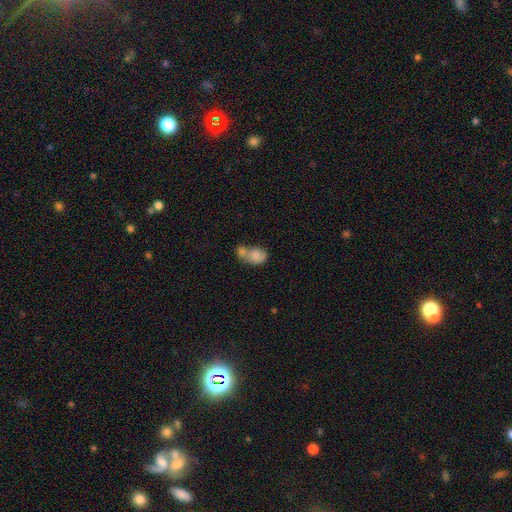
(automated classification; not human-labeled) Morphology: type=smooth (79%); roundness=in between (70%); merging=merger (67%).